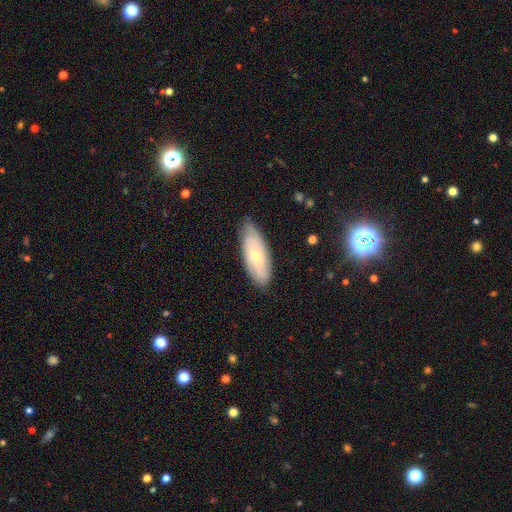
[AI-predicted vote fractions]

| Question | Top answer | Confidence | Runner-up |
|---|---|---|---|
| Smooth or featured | featured or disk | 52% | smooth (41%) |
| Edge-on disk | no | 81% | yes (19%) |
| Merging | none | 78% | minor disturbance (18%) |